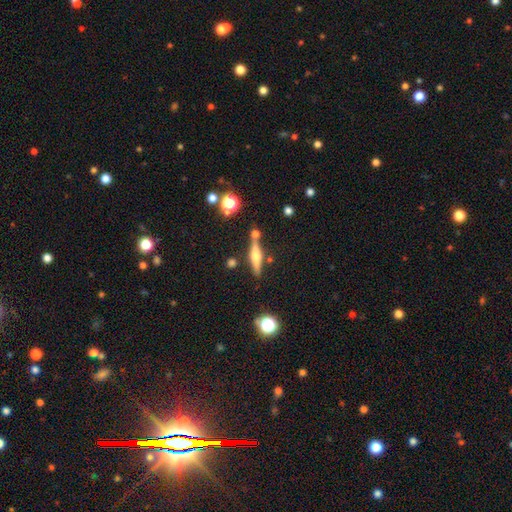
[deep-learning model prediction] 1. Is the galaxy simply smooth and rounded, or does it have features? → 60% featured or disk, 32% smooth, 9% star or artifact.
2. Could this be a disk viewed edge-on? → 96% yes, 4% no.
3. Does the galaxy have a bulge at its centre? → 87% rounded, 8% boxy, 4% none.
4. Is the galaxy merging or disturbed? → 77% none, 11% minor disturbance, 10% merger, 3% major disturbance.